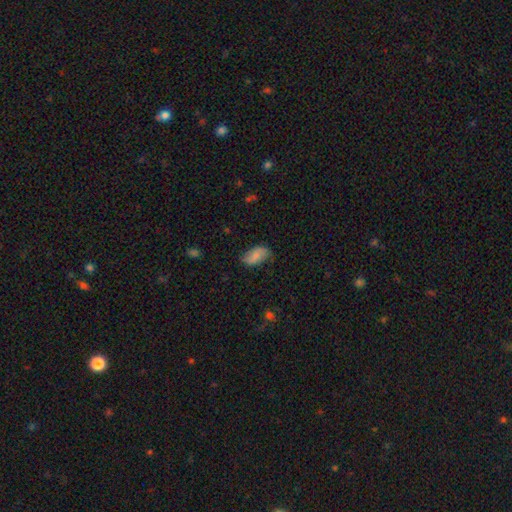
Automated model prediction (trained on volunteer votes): smooth-or-featured: smooth: 72% | featured or disk: 21% | star or artifact: 7%
  how-rounded: in between: 94% | round: 4% | cigar-shaped: 3%
  merging: none: 69% | minor disturbance: 24% | major disturbance: 5% | merger: 1%